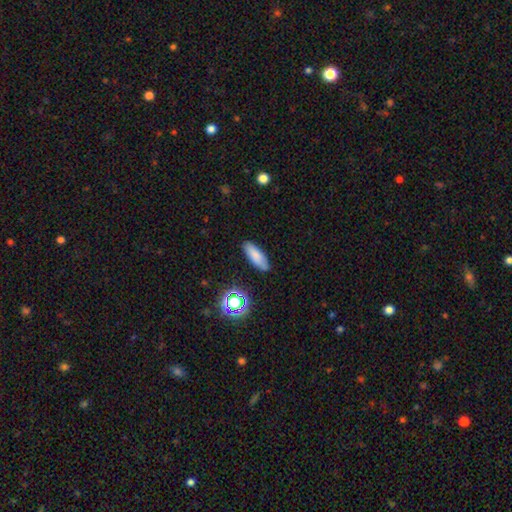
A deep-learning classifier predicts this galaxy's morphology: Smooth or featured?
  - smooth: 80% *
  - featured or disk: 10%
  - star or artifact: 10%
How rounded?
  - in between: 66% *
  - cigar-shaped: 32%
  - round: 2%
Merging?
  - none: 85% *
  - minor disturbance: 11%
  - major disturbance: 2%
  - merger: 2%